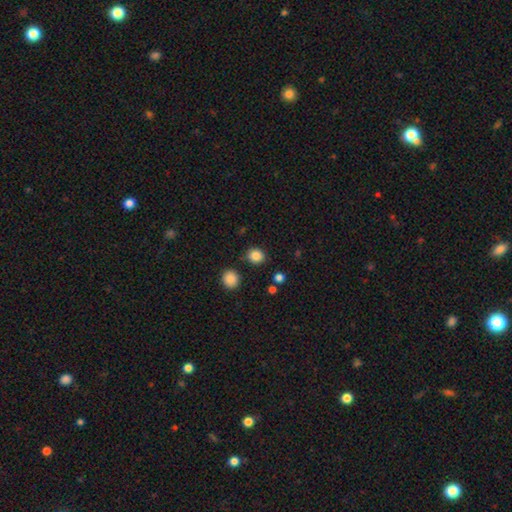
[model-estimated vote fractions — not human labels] smooth 85%, star or artifact 11%, featured or disk 4%. Down the decision tree: how rounded — round (84%); merging — none (84%).